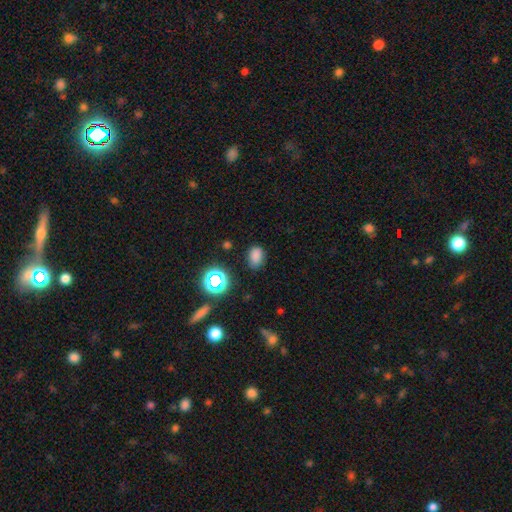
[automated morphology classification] smooth_or_featured: smooth (p=0.77) [alt: star or artifact p=0.18]
how_rounded: in between (p=0.77) [alt: round p=0.22]
merging: none (p=0.76) [alt: minor disturbance p=0.18]